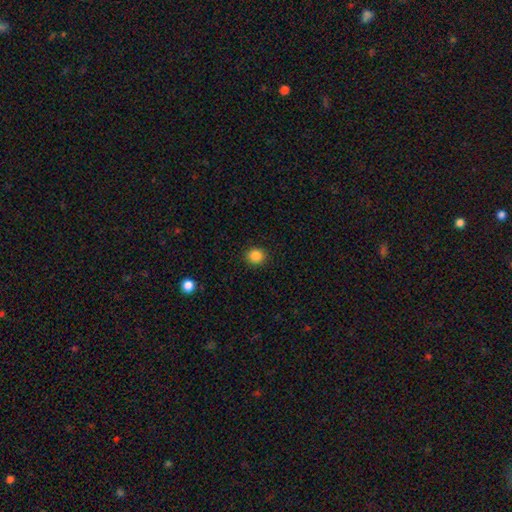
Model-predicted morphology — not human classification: A smooth galaxy with no disk features (86%) that is round (86%). Merging: none (91%).